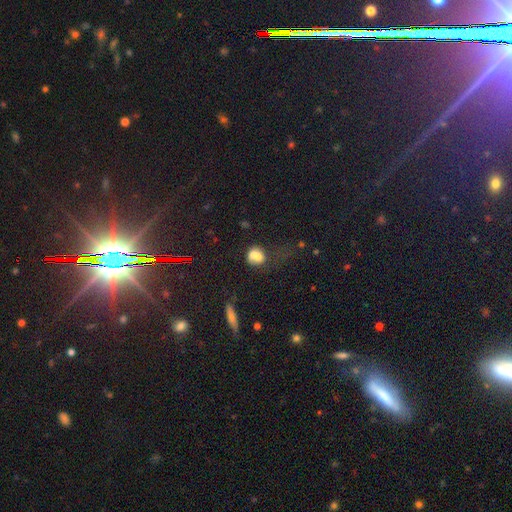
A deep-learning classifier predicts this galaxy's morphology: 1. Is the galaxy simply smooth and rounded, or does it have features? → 67% smooth, 20% featured or disk, 13% star or artifact.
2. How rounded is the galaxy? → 61% round, 37% in between, 2% cigar-shaped.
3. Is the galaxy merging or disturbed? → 53% merger, 24% none, 12% minor disturbance, 11% major disturbance.